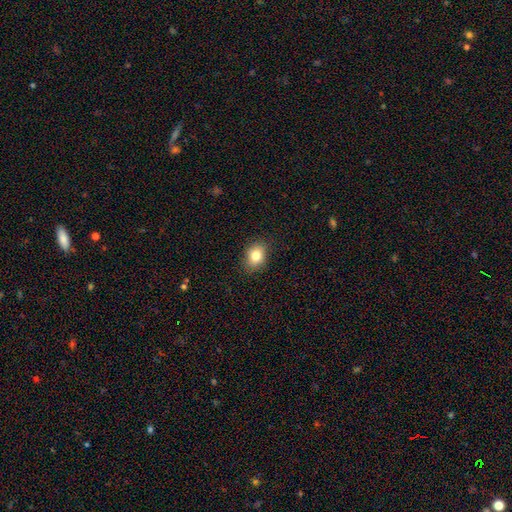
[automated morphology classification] A smooth galaxy with no disk features (82%) that is in between round and cigar-shaped (66%).

Vote fractions:
- Smooth or featured? smooth: 82% / star or artifact: 9% / featured or disk: 9%
- How rounded? in between: 66% / round: 33% / cigar-shaped: 1%
- Merging? none: 86% / minor disturbance: 11% / major disturbance: 3% / merger: 1%